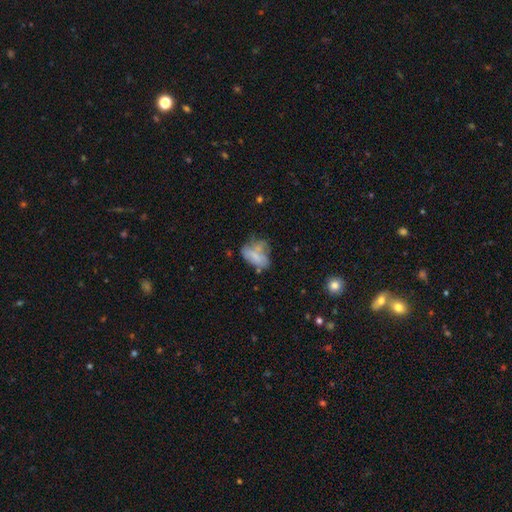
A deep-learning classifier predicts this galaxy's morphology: Smooth or featured: smooth — 56% (featured or disk — 32%)
How rounded: in between — 83% (round — 14%)
Merging: none — 34% (minor disturbance — 26%)